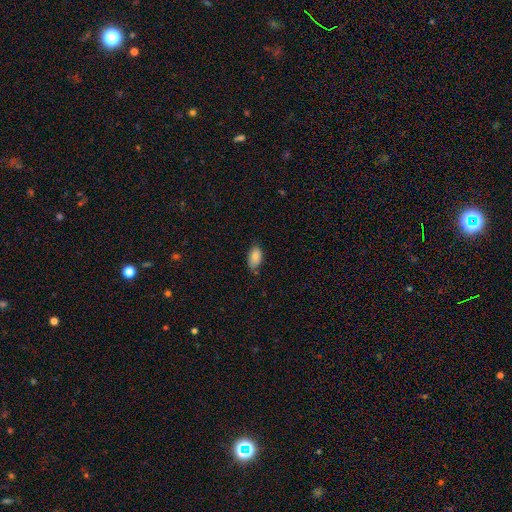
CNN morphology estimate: smooth_or_featured: smooth (p=0.86) [alt: star or artifact p=0.07]
how_rounded: in between (p=0.94) [alt: round p=0.04]
merging: none (p=0.69) [alt: minor disturbance p=0.25]